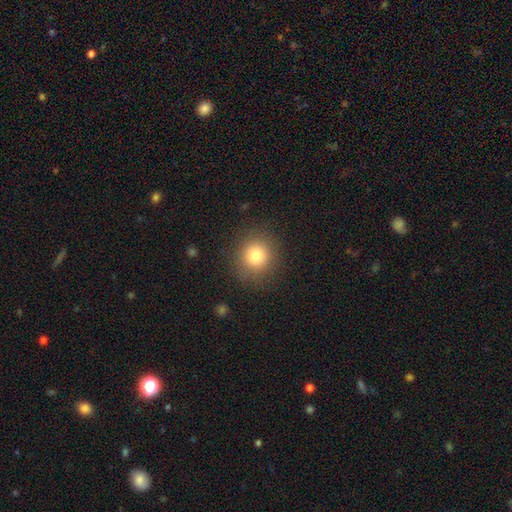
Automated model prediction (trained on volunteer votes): A smooth galaxy with no disk features (80%) that is round (90%). Merging: none (88%).